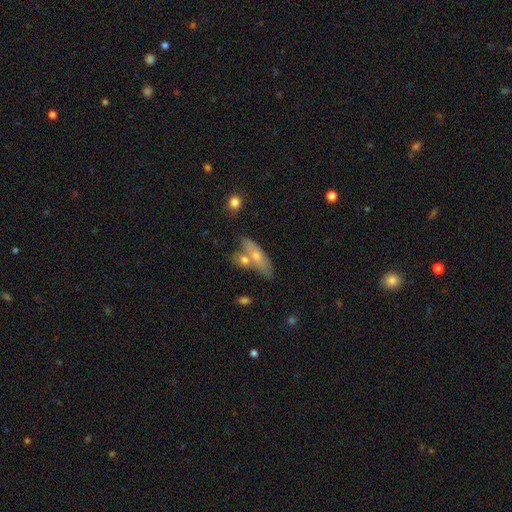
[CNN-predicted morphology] Smooth or featured? smooth (53%)
How rounded? cigar-shaped (50%)
Merging? none (56%)